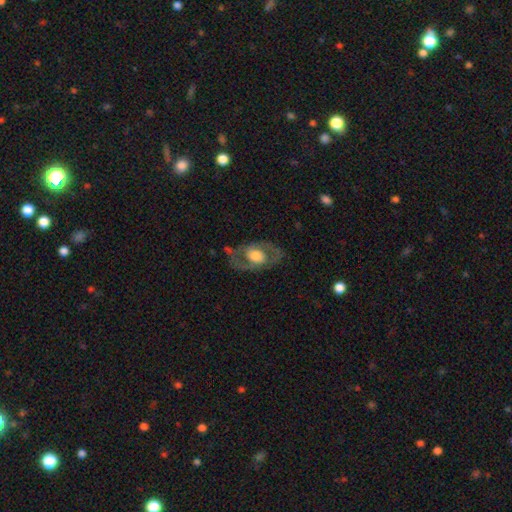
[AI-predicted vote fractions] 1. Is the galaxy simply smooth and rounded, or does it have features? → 67% featured or disk, 27% smooth, 5% star or artifact.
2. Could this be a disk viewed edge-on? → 91% no, 9% yes.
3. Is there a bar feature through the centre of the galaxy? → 75% no, 20% weak, 5% strong.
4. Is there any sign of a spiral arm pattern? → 53% yes, 47% no.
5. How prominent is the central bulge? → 45% moderate, 43% large, 7% small, 4% dominant, 2% none.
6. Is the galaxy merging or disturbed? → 68% none, 17% minor disturbance, 12% major disturbance, 2% merger.